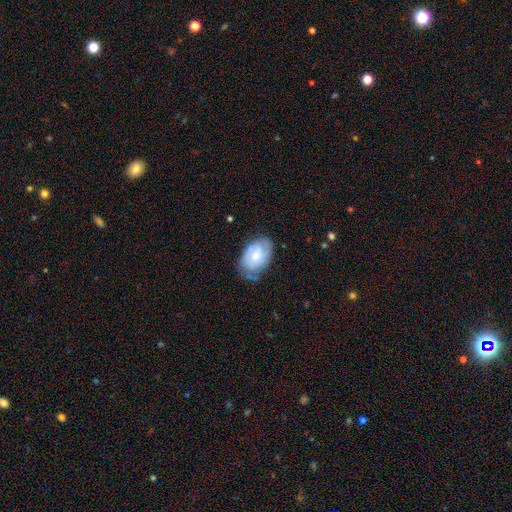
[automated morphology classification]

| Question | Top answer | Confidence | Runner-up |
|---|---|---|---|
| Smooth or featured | smooth | 47% | featured or disk (46%) |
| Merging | none | 60% | minor disturbance (29%) |